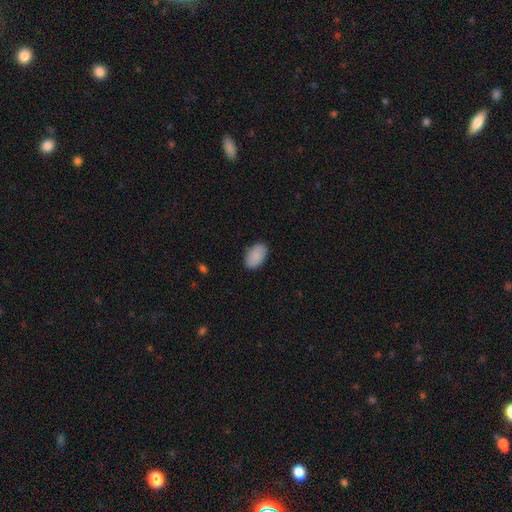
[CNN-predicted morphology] A smooth galaxy with no disk features (90%) that is in between round and cigar-shaped (91%).

Vote fractions:
- Smooth or featured? smooth: 90% / star or artifact: 6% / featured or disk: 4%
- How rounded? in between: 91% / round: 8% / cigar-shaped: 1%
- Merging? none: 87% / minor disturbance: 10% / major disturbance: 2% / merger: 1%